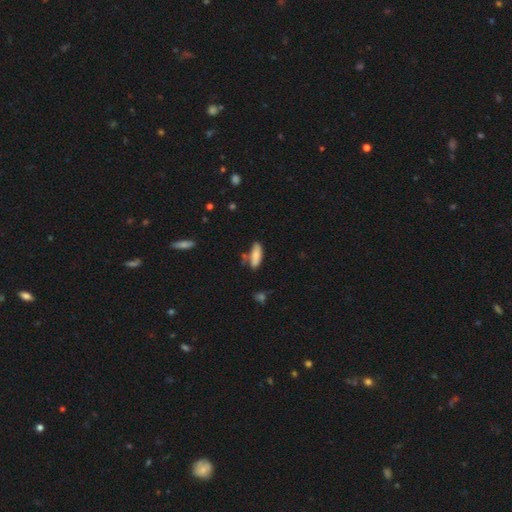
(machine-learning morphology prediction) This appears to be a smooth galaxy with no disk features (82%) that is in between round and cigar-shaped (62%). Merging: none (62%).